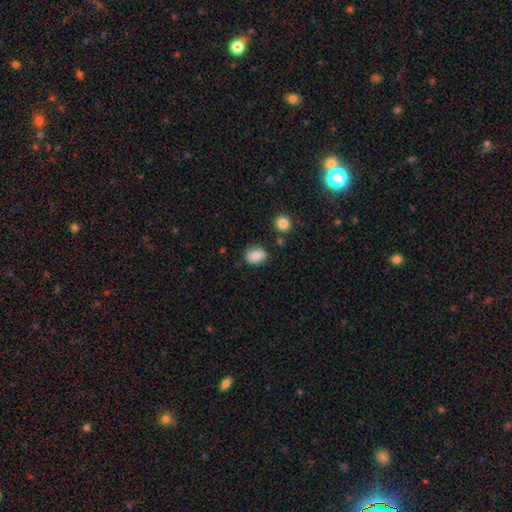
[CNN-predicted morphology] This appears to be a smooth galaxy with no disk features (78%) that is round (61%). Merging: none (79%).